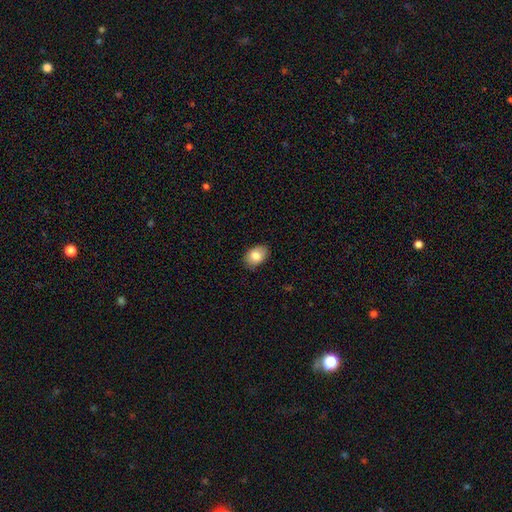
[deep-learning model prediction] A smooth galaxy with no disk features (85%) that is in between round and cigar-shaped (83%).

Vote fractions:
- Smooth or featured? smooth: 85% / featured or disk: 8% / star or artifact: 7%
- How rounded? in between: 83% / round: 16% / cigar-shaped: 1%
- Merging? none: 84% / minor disturbance: 12% / major disturbance: 2% / merger: 1%